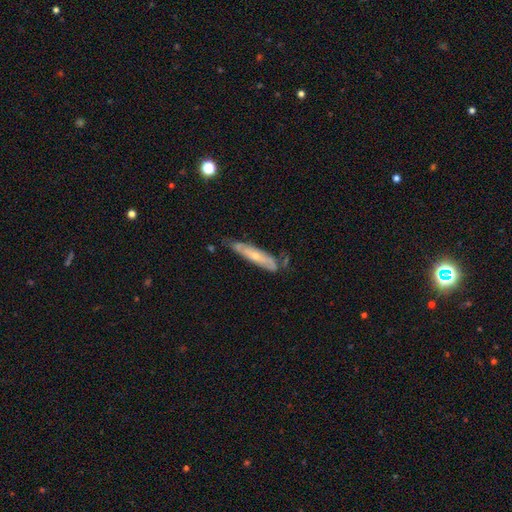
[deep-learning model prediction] A featured or disk galaxy (55%) viewed edge-on (54%).

Vote fractions:
- Smooth or featured? featured or disk: 55% / smooth: 38% / star or artifact: 6%
- Edge-on disk? yes: 54% / no: 46%
- Merging? none: 59% / minor disturbance: 29% / major disturbance: 7% / merger: 5%